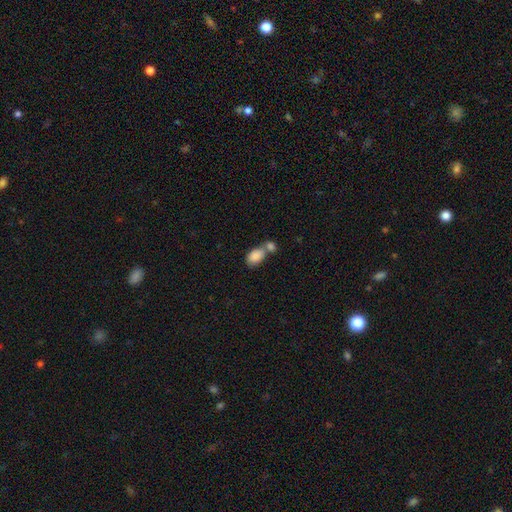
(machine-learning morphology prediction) Smooth or featured?
  - smooth: 86% *
  - star or artifact: 7%
  - featured or disk: 7%
How rounded?
  - in between: 89% *
  - round: 10%
  - cigar-shaped: 2%
Merging?
  - merger: 57% *
  - none: 30%
  - minor disturbance: 9%
  - major disturbance: 4%